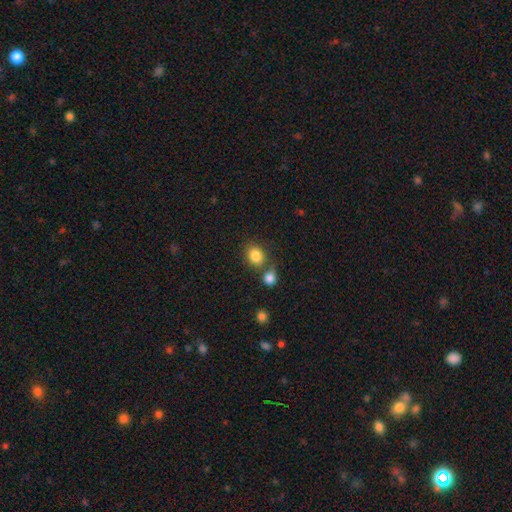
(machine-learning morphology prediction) A smooth galaxy with no disk features (85%) that is round (59%).

Vote fractions:
- Smooth or featured? smooth: 85% / star or artifact: 10% / featured or disk: 6%
- How rounded? round: 59% / in between: 40% / cigar-shaped: 1%
- Merging? none: 62% / merger: 24% / minor disturbance: 11% / major disturbance: 4%